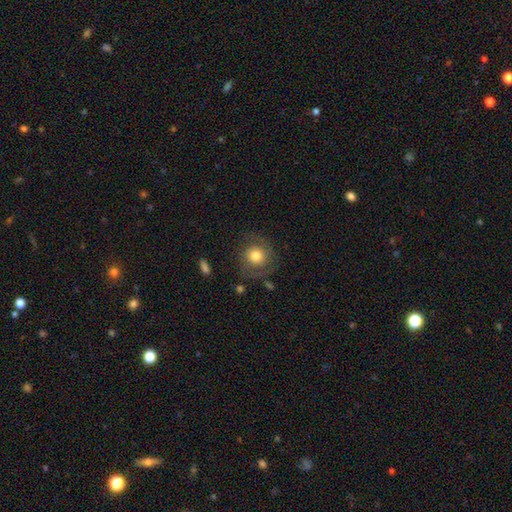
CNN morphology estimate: A smooth galaxy with no disk features (68%) that is round (87%). Merging: none (73%).